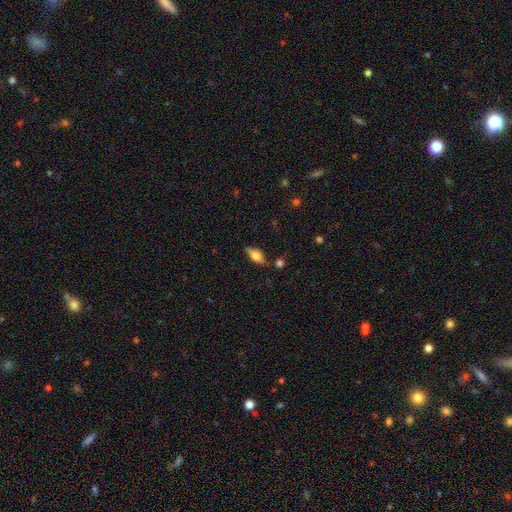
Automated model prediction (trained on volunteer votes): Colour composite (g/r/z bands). It shows a smooth galaxy with no disk features (69%) that is in between round and cigar-shaped (83%). Merging: none (74%).